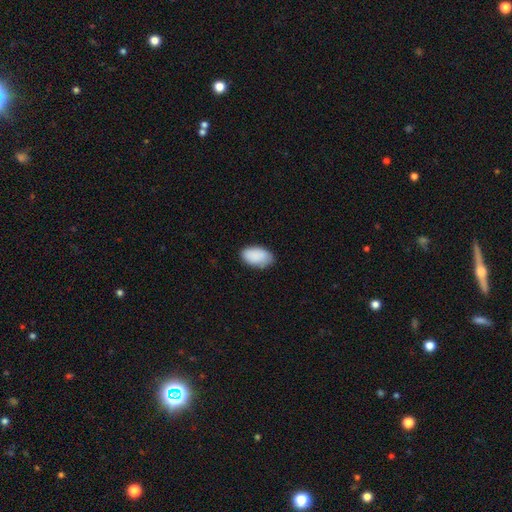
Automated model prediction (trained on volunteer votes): Smooth or featured?
  - smooth: 88% *
  - star or artifact: 6%
  - featured or disk: 5%
How rounded?
  - in between: 94% *
  - round: 4%
  - cigar-shaped: 1%
Merging?
  - none: 76% *
  - minor disturbance: 20%
  - major disturbance: 3%
  - merger: 1%